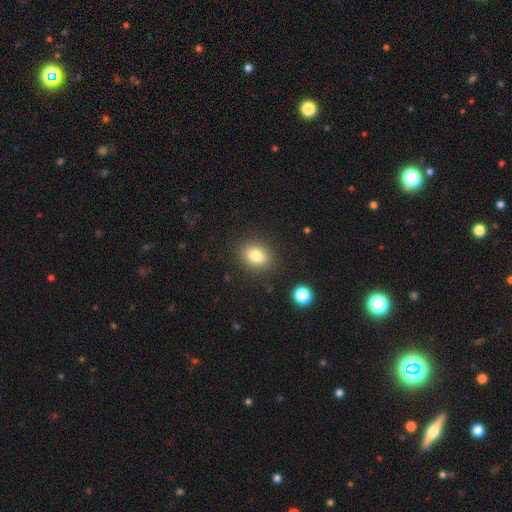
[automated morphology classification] Smooth or featured? smooth (81%)
How rounded? in between (59%)
Merging? none (87%)